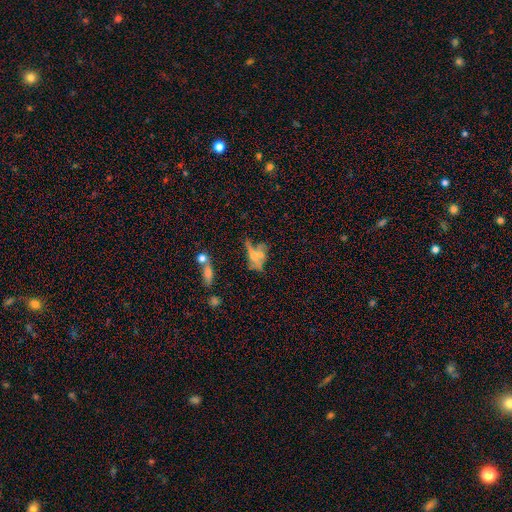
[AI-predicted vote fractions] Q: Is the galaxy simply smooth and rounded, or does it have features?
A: smooth — 42%.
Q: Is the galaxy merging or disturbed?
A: none — 35%, tied with merger.